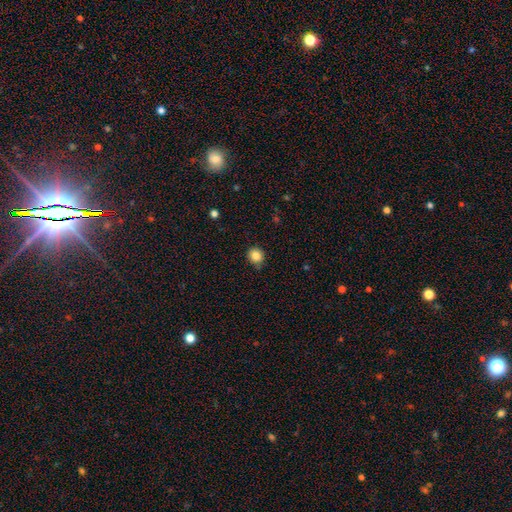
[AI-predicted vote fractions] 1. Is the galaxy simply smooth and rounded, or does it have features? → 85% smooth, 11% star or artifact, 5% featured or disk.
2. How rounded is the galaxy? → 84% round, 15% in between, 1% cigar-shaped.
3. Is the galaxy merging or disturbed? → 82% none, 14% minor disturbance, 3% major disturbance, 2% merger.